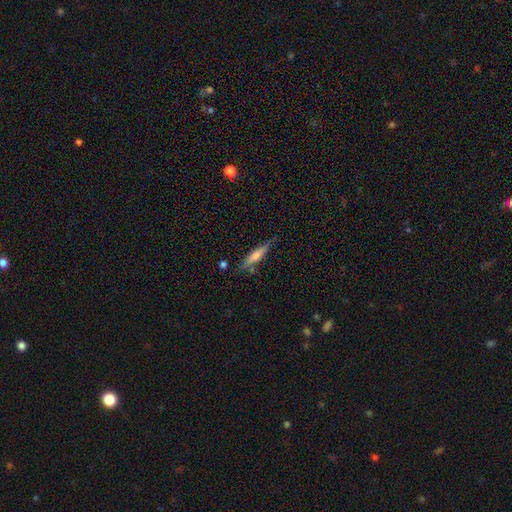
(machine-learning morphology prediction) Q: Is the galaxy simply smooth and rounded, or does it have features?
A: featured or disk — 50%.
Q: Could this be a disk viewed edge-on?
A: yes — 93%.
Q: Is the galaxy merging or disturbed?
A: none — 80%.